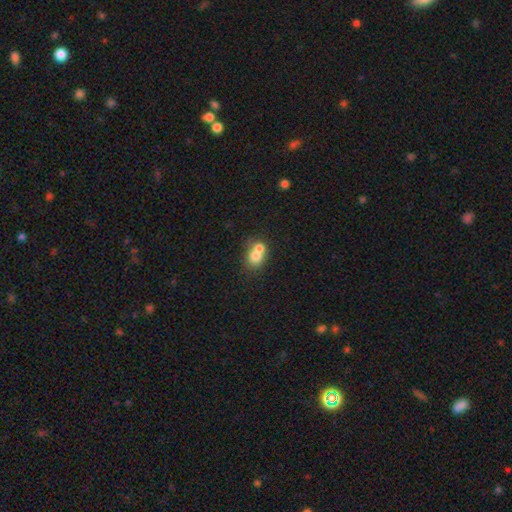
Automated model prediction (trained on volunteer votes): smooth-or-featured: smooth: 71% | featured or disk: 19% | star or artifact: 10%
  how-rounded: round: 61% | in between: 38% | cigar-shaped: 1%
  merging: merger: 64% | none: 26% | minor disturbance: 7% | major disturbance: 3%